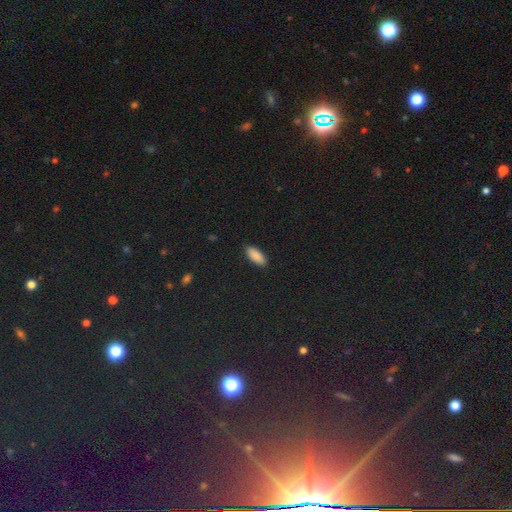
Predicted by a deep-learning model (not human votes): smooth 88%, star or artifact 7%, featured or disk 5%. Down the decision tree: how rounded — in between (83%); merging — none (89%).